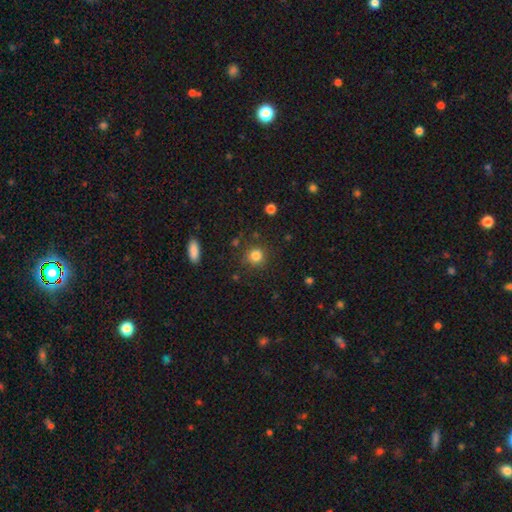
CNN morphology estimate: This appears to be a smooth galaxy with no disk features (83%) that is round (90%). Merging: none (82%).